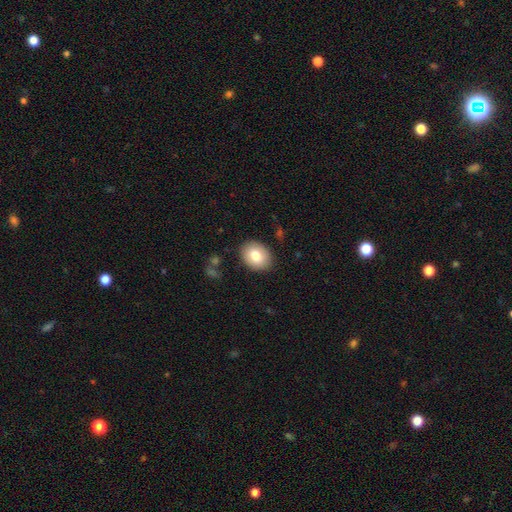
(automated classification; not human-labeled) smooth 80%, featured or disk 13%, star or artifact 8%. Down the decision tree: how rounded — in between (56%); merging — none (87%).